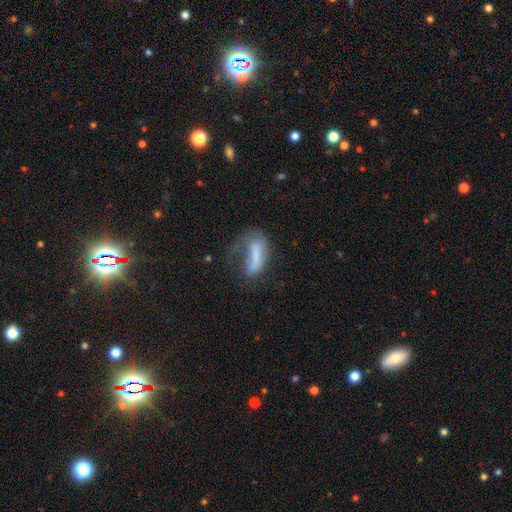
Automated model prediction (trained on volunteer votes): This appears to be a smooth galaxy with no disk features (60%) that is in between round and cigar-shaped (65%). Merging: major disturbance (48%).